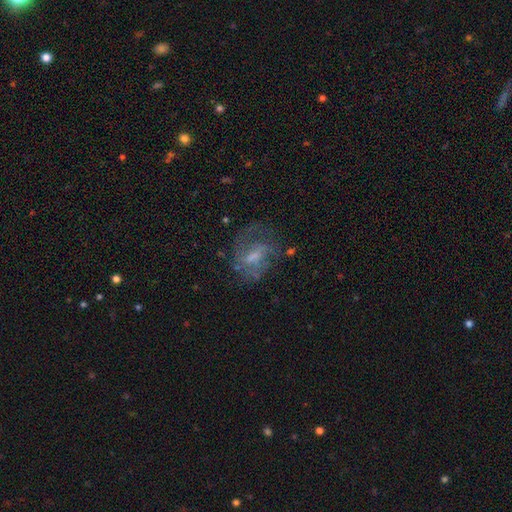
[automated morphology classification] Q: Smooth or featured?
A: featured or disk (68%); runner-up: smooth (21%)
Q: Edge-on disk?
A: no (97%); runner-up: yes (3%)
Q: Bar?
A: weak (52%); runner-up: no (33%)
Q: Spiral arms?
A: yes (78%); runner-up: no (22%)
Q: Spiral winding?
A: medium (46%); runner-up: loose (28%)
Q: Spiral arm count?
A: 2 (37%); runner-up: can't tell (31%)
Q: Bulge size?
A: moderate (36%); tied with: small (36%)
Q: Merging?
A: none (52%); runner-up: major disturbance (25%)